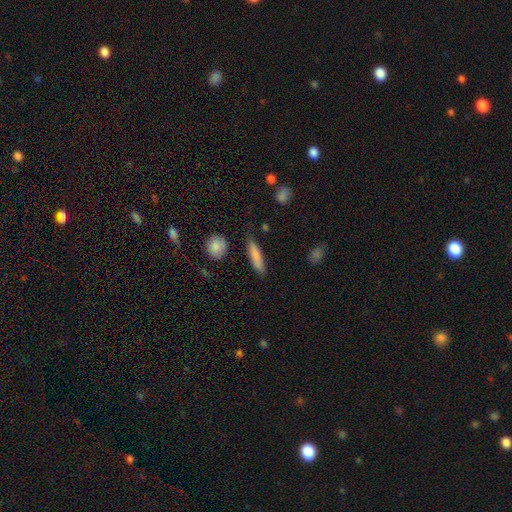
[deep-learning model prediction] Smooth or featured? smooth (81%)
How rounded? cigar-shaped (77%)
Merging? none (77%)